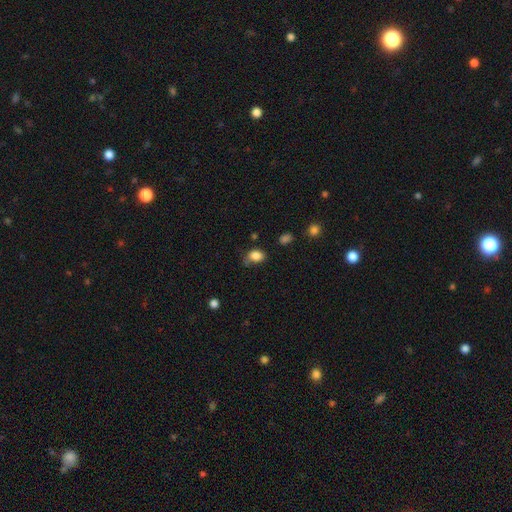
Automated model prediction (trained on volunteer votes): Smooth or featured?
  - smooth: 85% *
  - star or artifact: 10%
  - featured or disk: 5%
How rounded?
  - in between: 71% *
  - round: 28%
  - cigar-shaped: 1%
Merging?
  - none: 65% *
  - minor disturbance: 24%
  - major disturbance: 6%
  - merger: 5%